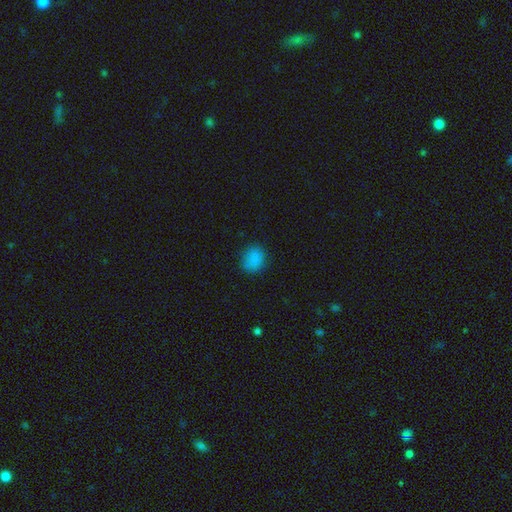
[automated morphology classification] smooth_or_featured: smooth (p=0.84) [alt: star or artifact p=0.12]
how_rounded: round (p=0.61) [alt: in between p=0.38]
merging: none (p=0.82) [alt: minor disturbance p=0.14]